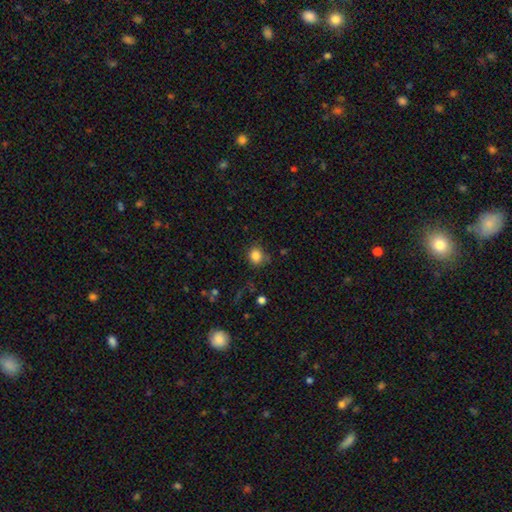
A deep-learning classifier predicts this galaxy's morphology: Overall: smooth (84%). How rounded: round (82%). Merging: none (79%).